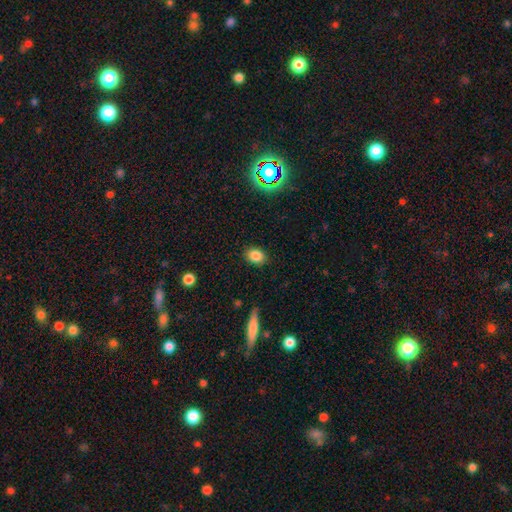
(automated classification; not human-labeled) smooth 85%, star or artifact 10%, featured or disk 5%. Down the decision tree: how rounded — in between (65%); merging — none (87%).